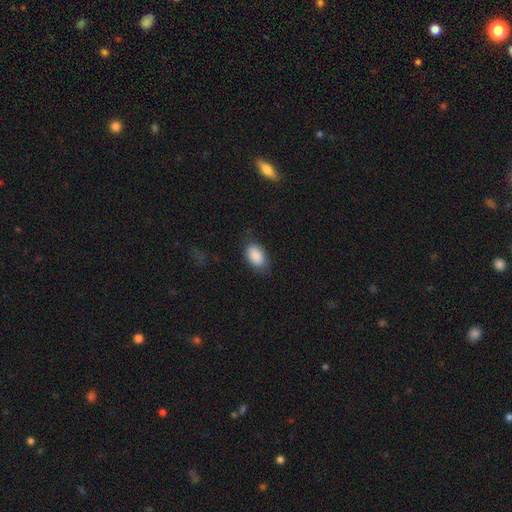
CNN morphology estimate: Smooth or featured?
  - smooth: 89% *
  - star or artifact: 7%
  - featured or disk: 5%
How rounded?
  - in between: 92% *
  - round: 6%
  - cigar-shaped: 2%
Merging?
  - none: 74% *
  - minor disturbance: 20%
  - major disturbance: 5%
  - merger: 1%